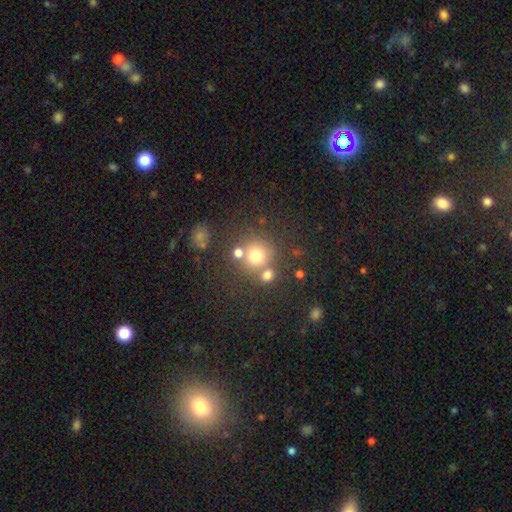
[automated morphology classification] Smooth or featured? Predicted: smooth (p=0.71). How rounded? Predicted: round (p=0.89). Merging? Predicted: none (p=0.61).